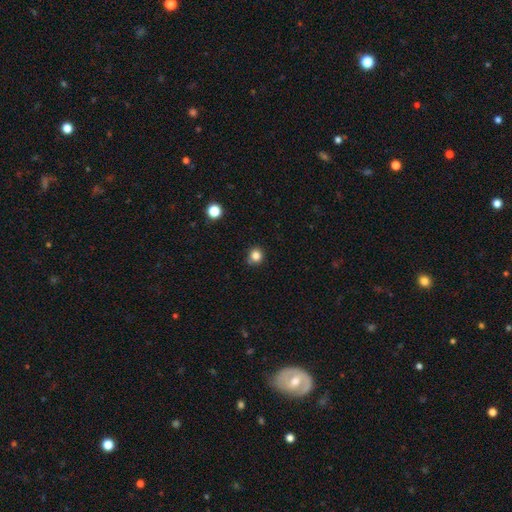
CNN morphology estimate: Smooth or featured? smooth (83%)
How rounded? round (89%)
Merging? none (83%)